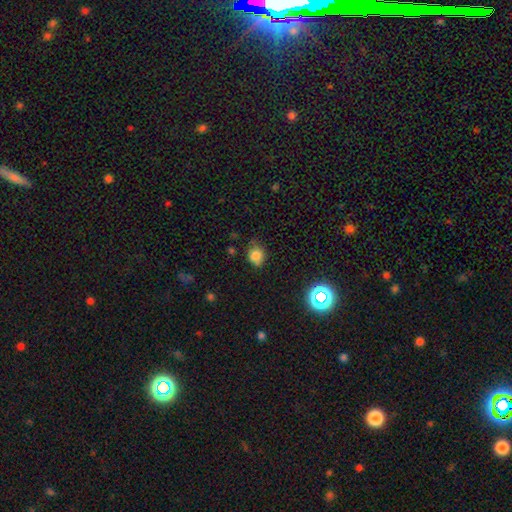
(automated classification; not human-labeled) smooth 81%, star or artifact 13%, featured or disk 6%. Down the decision tree: how rounded — round (73%); merging — none (71%).